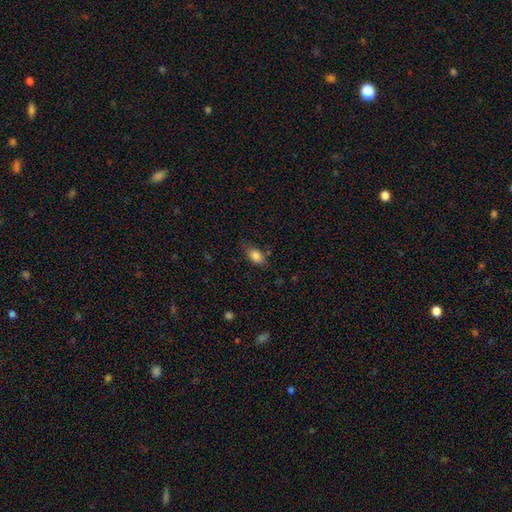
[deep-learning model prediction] Q: Smooth or featured?
A: smooth (84%); runner-up: star or artifact (9%)
Q: How rounded?
A: in between (86%); runner-up: round (10%)
Q: Merging?
A: none (75%); runner-up: minor disturbance (19%)